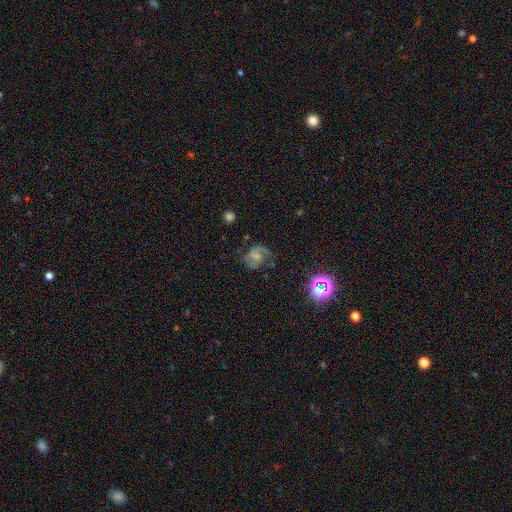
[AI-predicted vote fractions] Q: Smooth or featured?
A: featured or disk (59%); runner-up: smooth (27%)
Q: Edge-on disk?
A: no (97%); runner-up: yes (3%)
Q: Bar?
A: no (49%); runner-up: weak (40%)
Q: Spiral arms?
A: yes (83%); runner-up: no (17%)
Q: Bulge size?
A: none (36%); runner-up: small (28%)
Q: Merging?
A: none (50%); runner-up: major disturbance (23%)